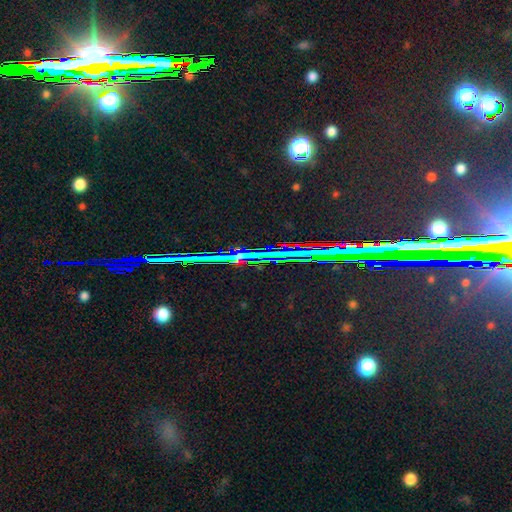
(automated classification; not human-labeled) smooth_or_featured: star or artifact (p=0.83) [alt: featured or disk p=0.10]